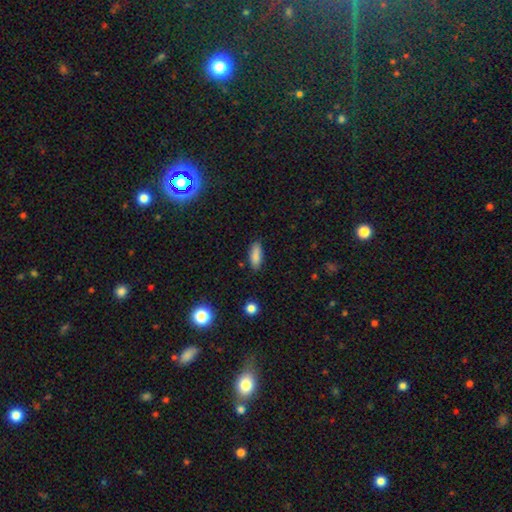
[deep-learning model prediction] The model was most divided on "how rounded": in between: 69%, cigar-shaped: 29%, round: 2%. More confident: smooth or featured — smooth (86%); merging — none (84%).